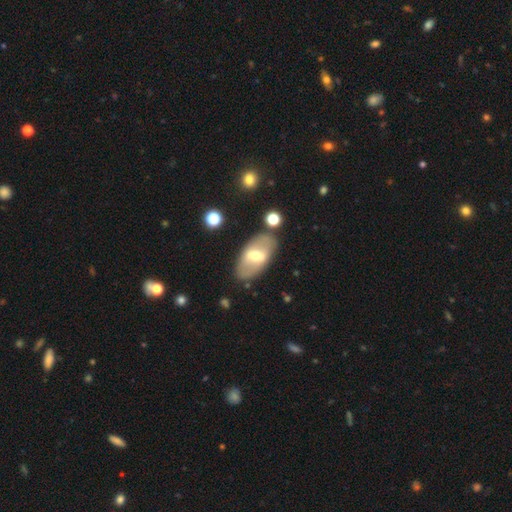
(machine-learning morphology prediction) Smooth or featured? featured or disk (55%)
Edge-on disk? no (84%)
Merging? none (80%)